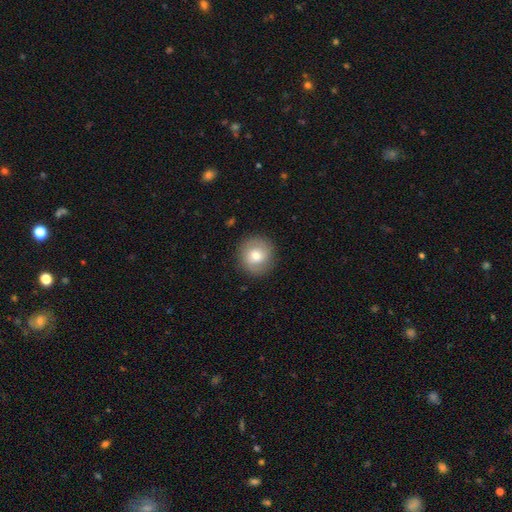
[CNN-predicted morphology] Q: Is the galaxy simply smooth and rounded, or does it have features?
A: smooth — 66%.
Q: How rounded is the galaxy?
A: round — 91%.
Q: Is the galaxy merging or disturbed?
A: none — 87%.